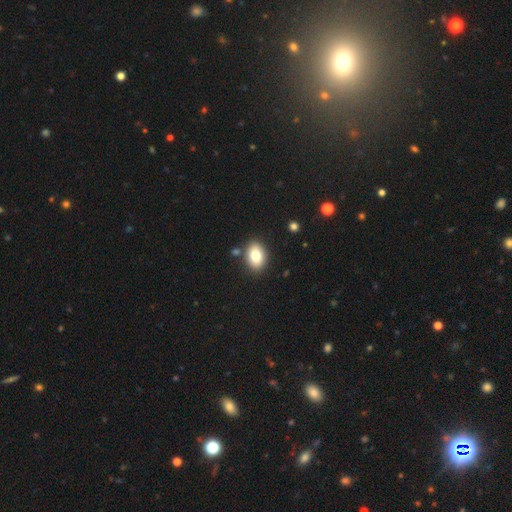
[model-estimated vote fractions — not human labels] A smooth galaxy with no disk features (80%) that is in between round and cigar-shaped (81%). Merging: none (84%).